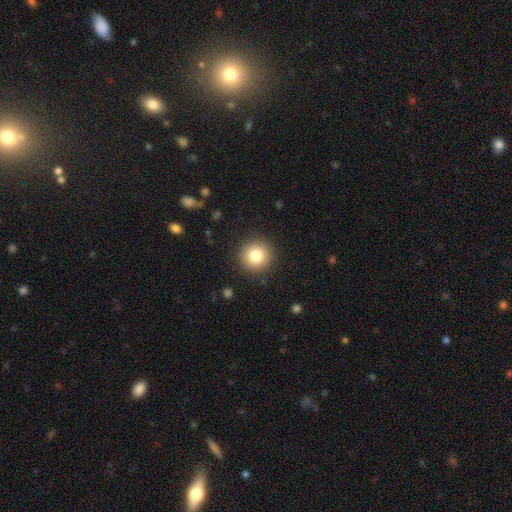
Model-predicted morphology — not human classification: A smooth galaxy with no disk features (82%) that is round (95%). Merging: none (91%).